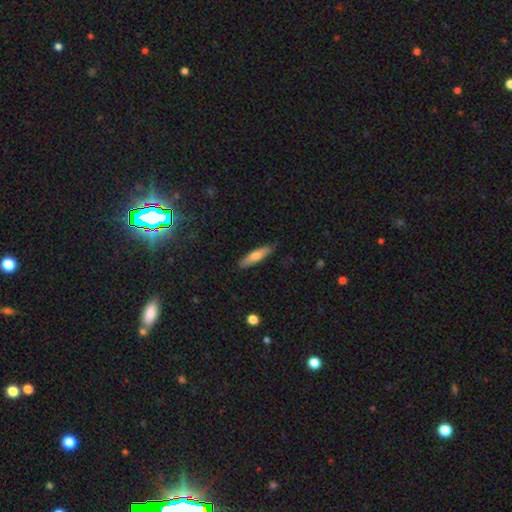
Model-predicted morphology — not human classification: The model was most divided on "smooth or featured": smooth: 62%, featured or disk: 32%, star or artifact: 7%. More confident: merging — none (87%); how rounded — cigar-shaped (78%).